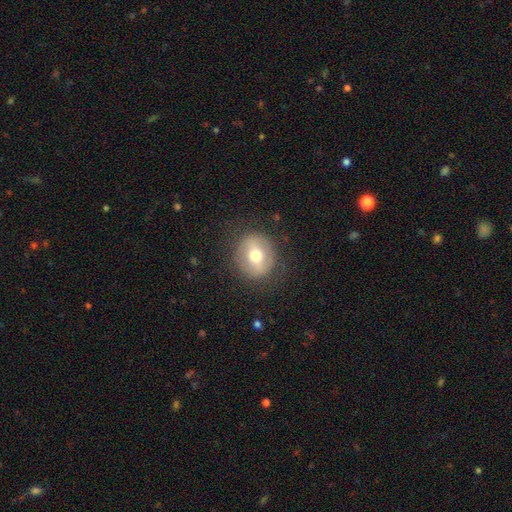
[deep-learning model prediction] A smooth galaxy with no disk features (57%) that is round (79%). Merging: none (82%).